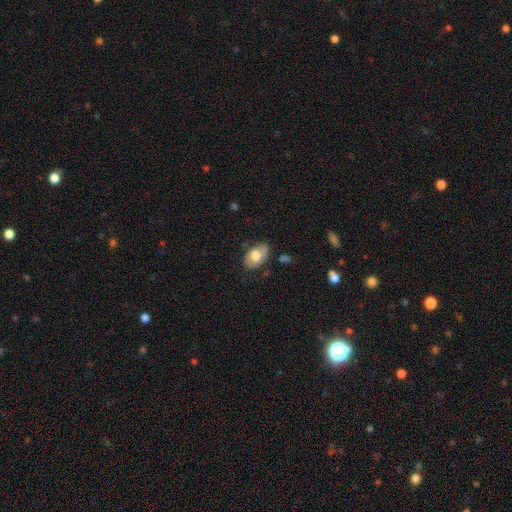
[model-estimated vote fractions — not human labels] This appears to be a smooth galaxy with no disk features (59%) that is in between round and cigar-shaped (91%). Merging: none (72%).